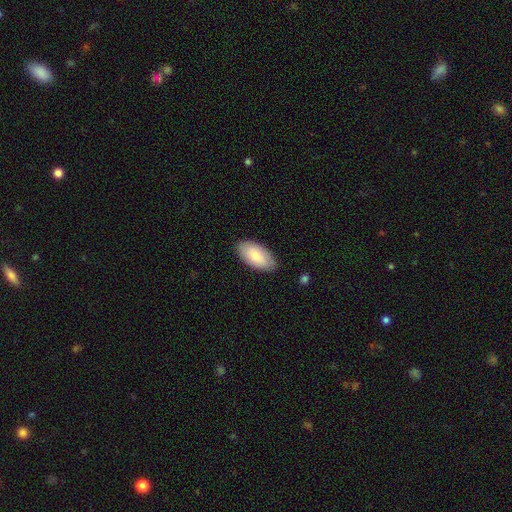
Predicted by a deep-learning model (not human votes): A smooth galaxy with no disk features (81%) that is in between round and cigar-shaped (95%).

Vote fractions:
- Smooth or featured? smooth: 81% / featured or disk: 13% / star or artifact: 6%
- How rounded? in between: 95% / cigar-shaped: 3% / round: 2%
- Merging? none: 86% / minor disturbance: 11% / major disturbance: 2% / merger: 1%